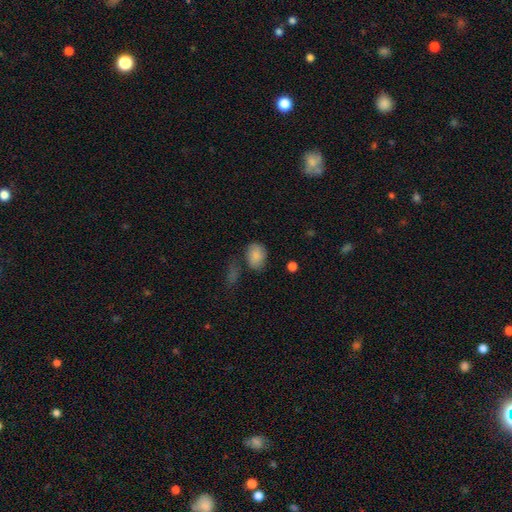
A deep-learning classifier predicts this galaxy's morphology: smooth-or-featured: smooth: 85% | star or artifact: 8% | featured or disk: 6%
  how-rounded: in between: 70% | round: 29% | cigar-shaped: 1%
  merging: none: 66% | minor disturbance: 20% | merger: 8% | major disturbance: 6%